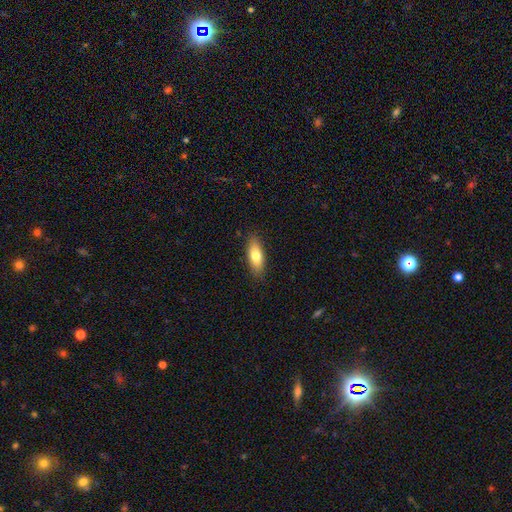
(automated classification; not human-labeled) Overall: smooth (75%). How rounded: in between (70%). Merging: none (87%).